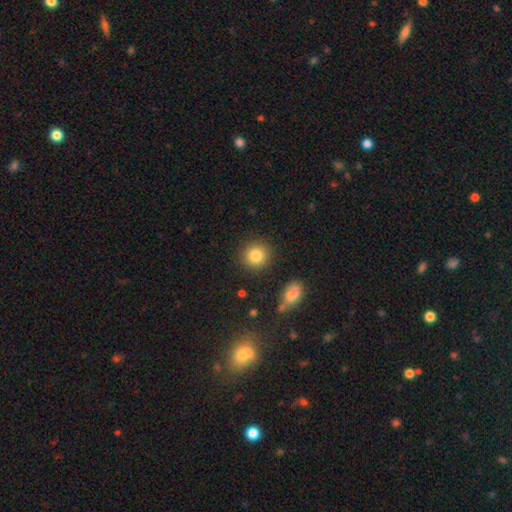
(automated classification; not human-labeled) Smooth or featured? smooth (85%)
How rounded? round (90%)
Merging? none (88%)